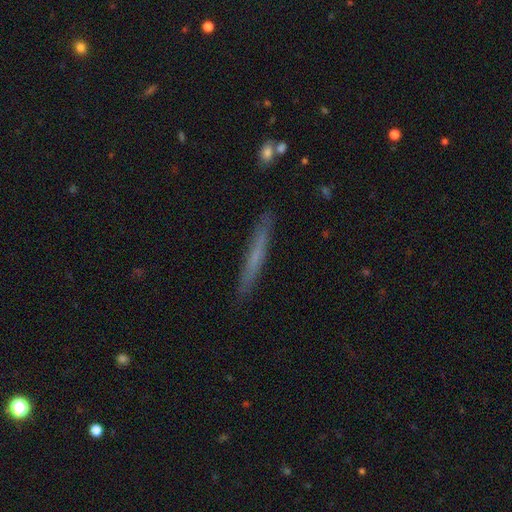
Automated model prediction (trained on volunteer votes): Smooth or featured? Predicted: smooth (p=0.56). How rounded? Predicted: cigar-shaped (p=0.96). Merging? Predicted: none (p=0.90).